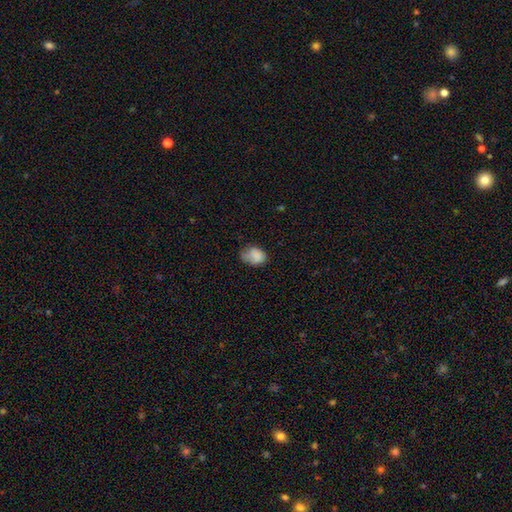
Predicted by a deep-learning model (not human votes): smooth 82%, featured or disk 9%, star or artifact 9%. Down the decision tree: how rounded — in between (69%); merging — none (46%).